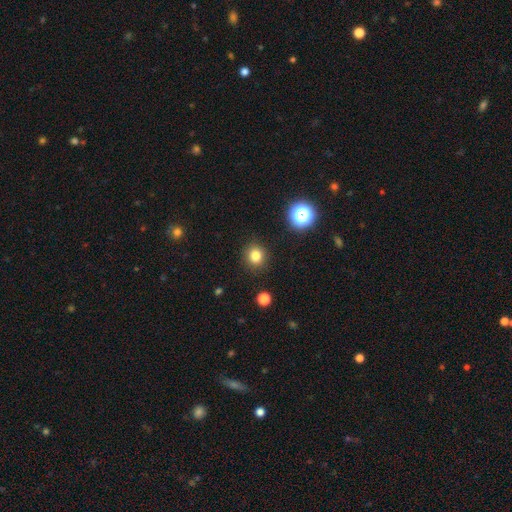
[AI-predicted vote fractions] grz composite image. It shows a smooth galaxy with no disk features (81%) that is round (87%). Merging: none (90%).